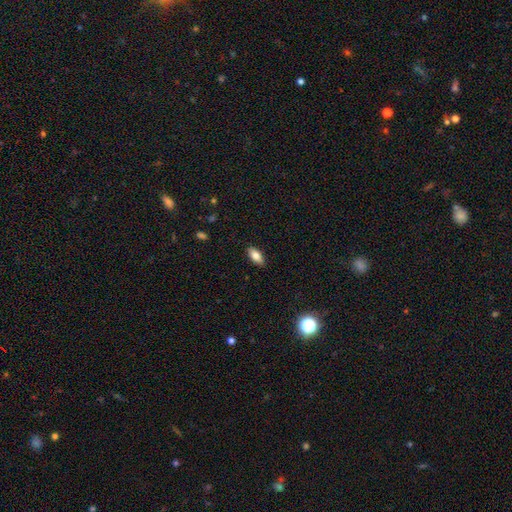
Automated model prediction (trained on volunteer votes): smooth-or-featured: smooth: 79% | featured or disk: 14% | star or artifact: 7%
  how-rounded: in between: 86% | cigar-shaped: 11% | round: 3%
  merging: none: 88% | minor disturbance: 9% | major disturbance: 2% | merger: 1%